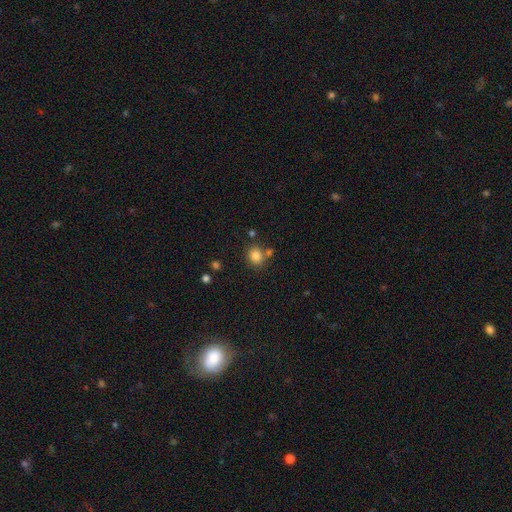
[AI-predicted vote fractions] The model was most divided on "how rounded": round: 73%, in between: 26%, cigar-shaped: 1%. More confident: smooth or featured — smooth (83%); merging — none (71%).